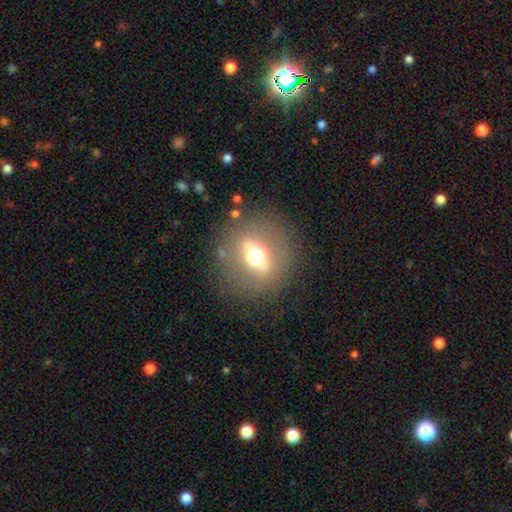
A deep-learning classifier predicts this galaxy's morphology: Smooth or featured? featured or disk (49%)
Merging? none (83%)